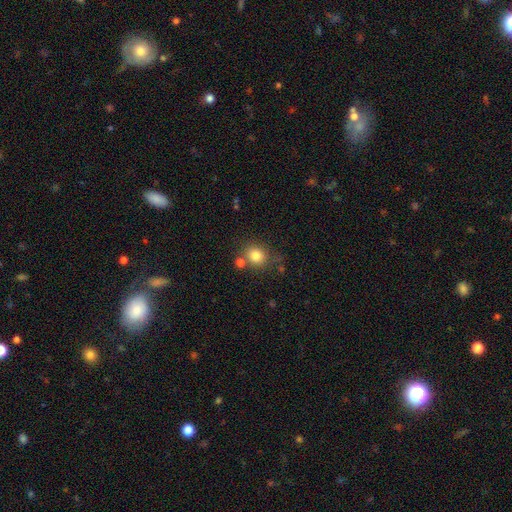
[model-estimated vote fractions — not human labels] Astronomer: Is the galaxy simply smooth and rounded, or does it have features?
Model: smooth — 81%.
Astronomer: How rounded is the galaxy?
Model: round — 79%.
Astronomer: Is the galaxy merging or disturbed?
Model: none — 70%.